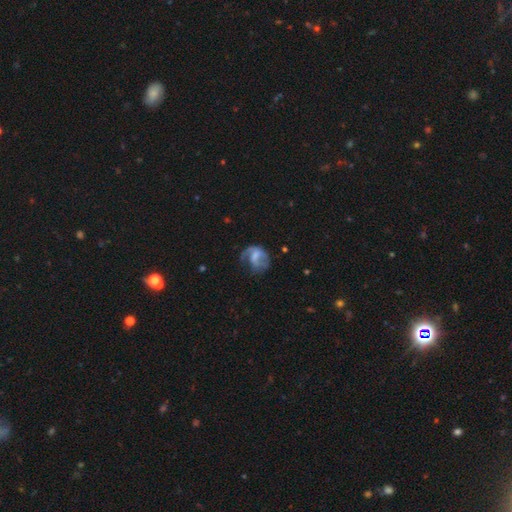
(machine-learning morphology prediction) Overall: featured or disk (56%; smooth 35%). Edge-on disk: no (97%). Bar: weak (42%, tied with no). Spiral arms: yes (65%; no 35%). Bulge size: none (37%; small 27%). Merging: major disturbance (38%; none 35%).